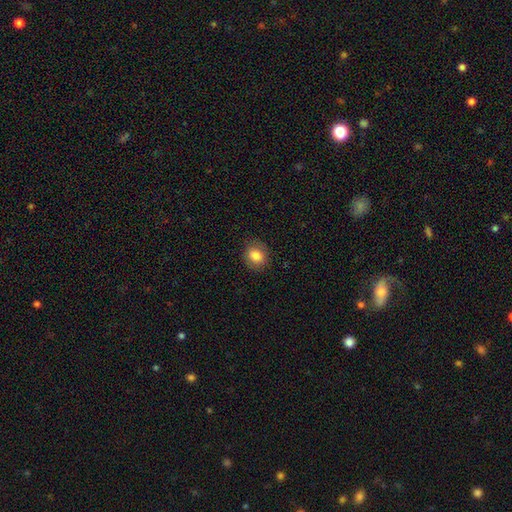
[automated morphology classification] A smooth galaxy with no disk features (84%) that is round (64%).

Vote fractions:
- Smooth or featured? smooth: 84% / star or artifact: 9% / featured or disk: 7%
- How rounded? round: 64% / in between: 35% / cigar-shaped: 1%
- Merging? none: 86% / minor disturbance: 10% / major disturbance: 3% / merger: 1%